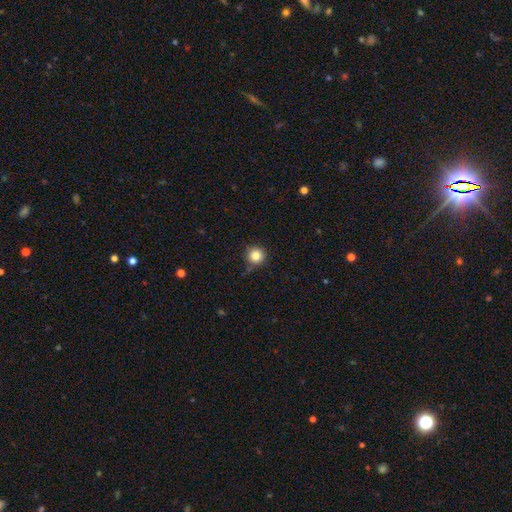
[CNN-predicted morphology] Overall: smooth (84%). How rounded: round (95%). Merging: none (81%).